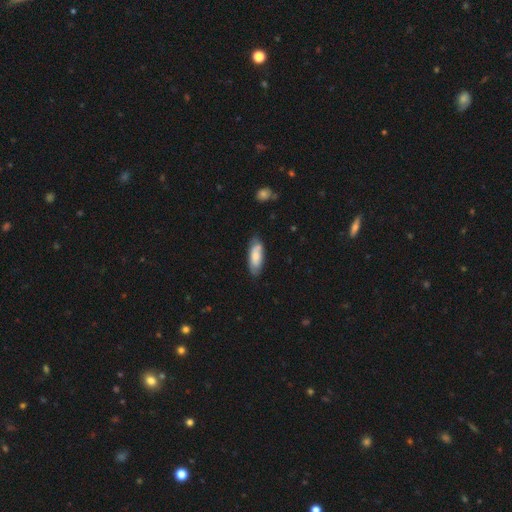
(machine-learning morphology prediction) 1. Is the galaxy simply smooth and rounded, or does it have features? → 69% smooth, 25% featured or disk, 6% star or artifact.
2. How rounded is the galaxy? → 70% in between, 28% cigar-shaped, 2% round.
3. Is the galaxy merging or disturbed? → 72% none, 21% minor disturbance, 4% major disturbance, 3% merger.